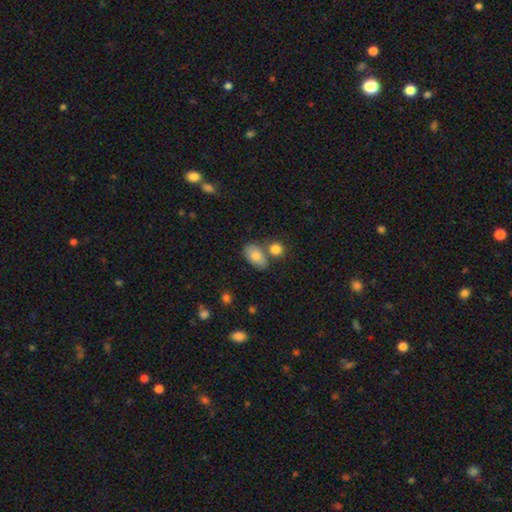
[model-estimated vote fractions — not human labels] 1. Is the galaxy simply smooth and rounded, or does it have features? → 79% smooth, 13% featured or disk, 8% star or artifact.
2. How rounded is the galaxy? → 89% in between, 8% round, 2% cigar-shaped.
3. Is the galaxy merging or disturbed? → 58% none, 23% merger, 15% minor disturbance, 4% major disturbance.